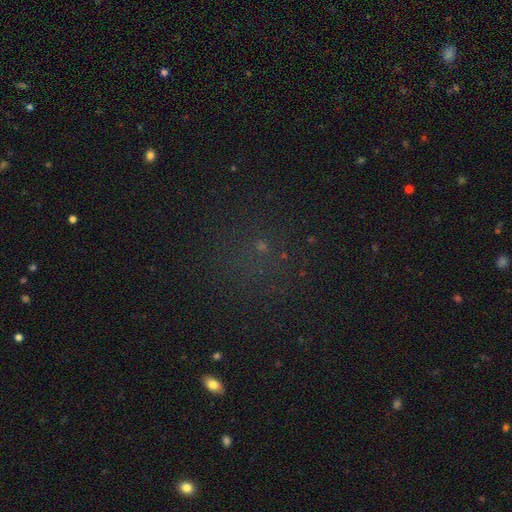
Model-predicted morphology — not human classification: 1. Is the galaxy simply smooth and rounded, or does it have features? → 55% star or artifact, 35% smooth, 10% featured or disk.